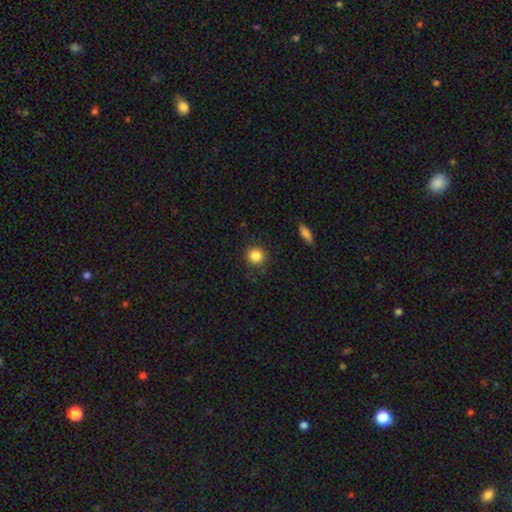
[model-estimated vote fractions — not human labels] Smooth or featured? smooth (86%)
How rounded? round (90%)
Merging? none (87%)